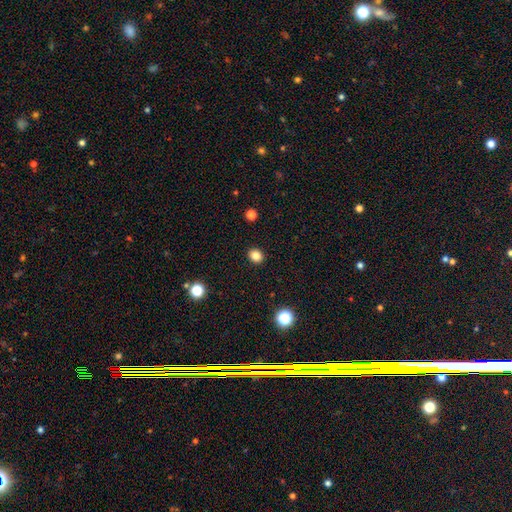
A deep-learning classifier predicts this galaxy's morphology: A smooth galaxy with no disk features (84%) that is round (72%).

Vote fractions:
- Smooth or featured? smooth: 84% / star or artifact: 12% / featured or disk: 4%
- How rounded? round: 72% / in between: 27% / cigar-shaped: 1%
- Merging? none: 92% / minor disturbance: 5% / major disturbance: 2% / merger: 1%